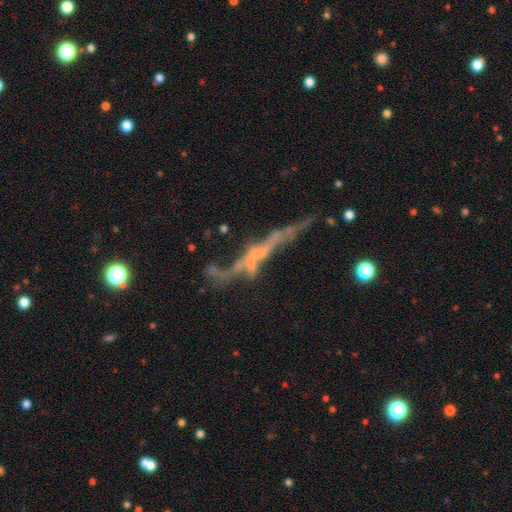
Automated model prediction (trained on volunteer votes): This appears to be a featured or disk galaxy (66%) viewed edge-on (52%). Merging: major disturbance (31%).